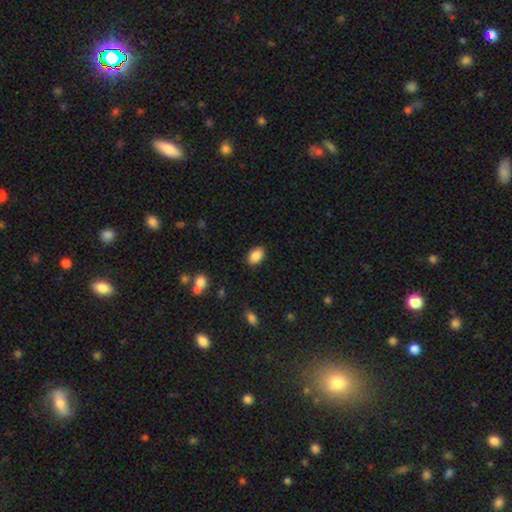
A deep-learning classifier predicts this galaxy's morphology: Q: Smooth or featured?
A: smooth (87%); runner-up: star or artifact (8%)
Q: How rounded?
A: in between (87%); runner-up: round (12%)
Q: Merging?
A: none (88%); runner-up: minor disturbance (9%)